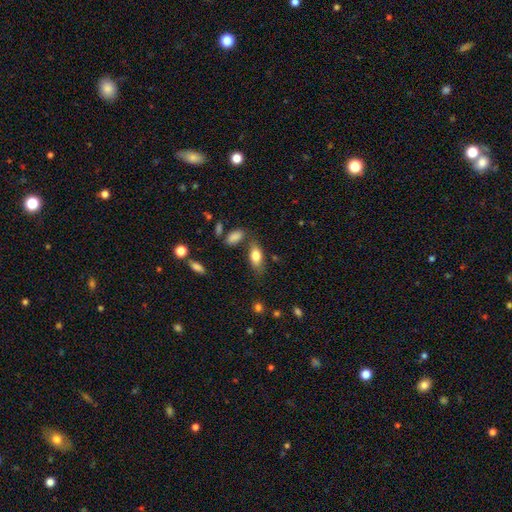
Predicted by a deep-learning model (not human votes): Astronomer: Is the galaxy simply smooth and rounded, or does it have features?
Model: smooth — 79%.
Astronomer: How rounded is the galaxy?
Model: in between — 85%.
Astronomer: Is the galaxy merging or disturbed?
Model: none — 71%.